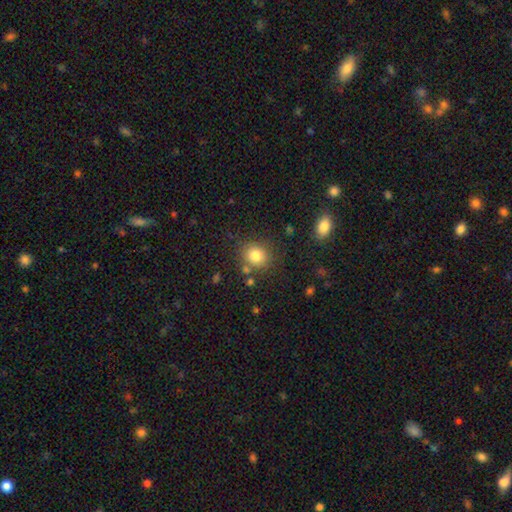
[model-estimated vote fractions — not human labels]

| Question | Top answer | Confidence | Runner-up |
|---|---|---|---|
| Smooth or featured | smooth | 81% | star or artifact (11%) |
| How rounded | round | 75% | in between (24%) |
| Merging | none | 78% | minor disturbance (11%) |